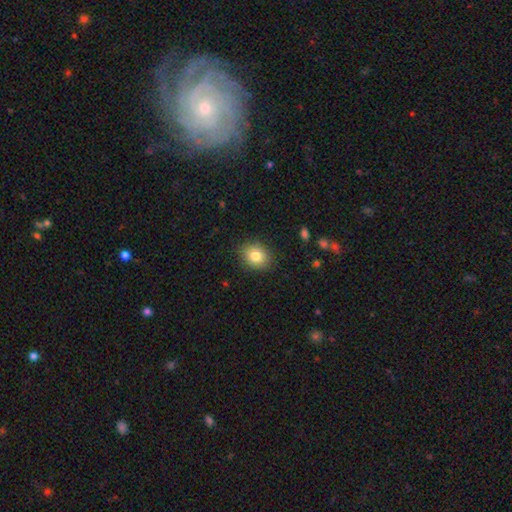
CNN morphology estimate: Overall: smooth (82%). How rounded: round (54%; in between 45%). Merging: none (87%).